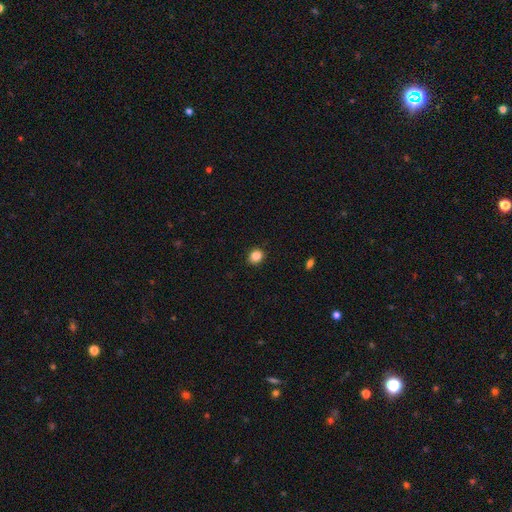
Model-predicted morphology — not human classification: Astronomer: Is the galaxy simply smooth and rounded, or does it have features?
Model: smooth — 85%.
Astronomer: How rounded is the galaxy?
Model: round — 72%.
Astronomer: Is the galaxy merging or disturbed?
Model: none — 90%.